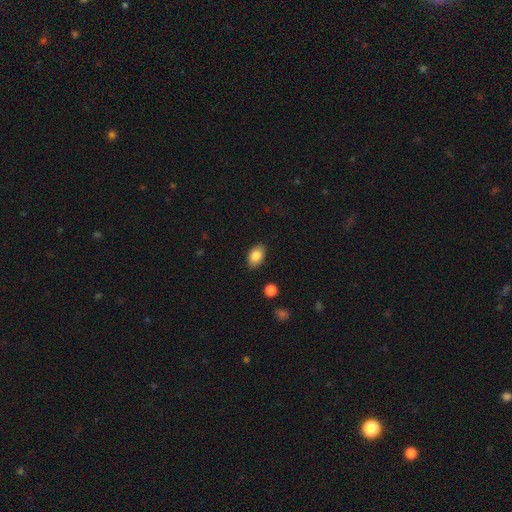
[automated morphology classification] Smooth or featured? smooth (84%)
How rounded? in between (89%)
Merging? none (87%)